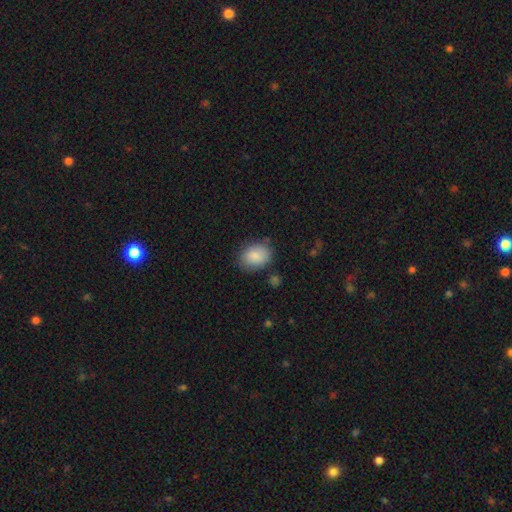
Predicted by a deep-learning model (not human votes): Morphology: type=smooth (87%); roundness=in between (66%); merging=none (76%).